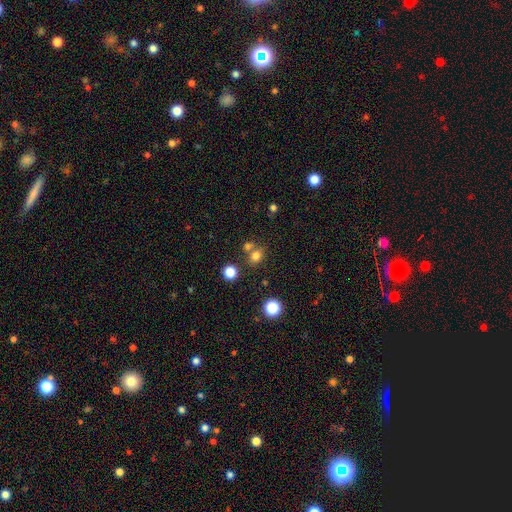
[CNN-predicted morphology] Q: Smooth or featured?
A: smooth (76%); runner-up: star or artifact (17%)
Q: How rounded?
A: round (58%); runner-up: in between (41%)
Q: Merging?
A: none (60%); runner-up: merger (26%)